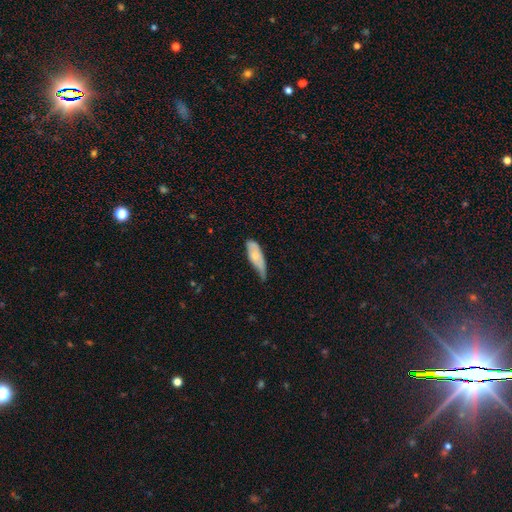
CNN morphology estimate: This is likely a smooth galaxy (61%). How rounded: likely in between (67%). Merging: possibly minor disturbance (49%).